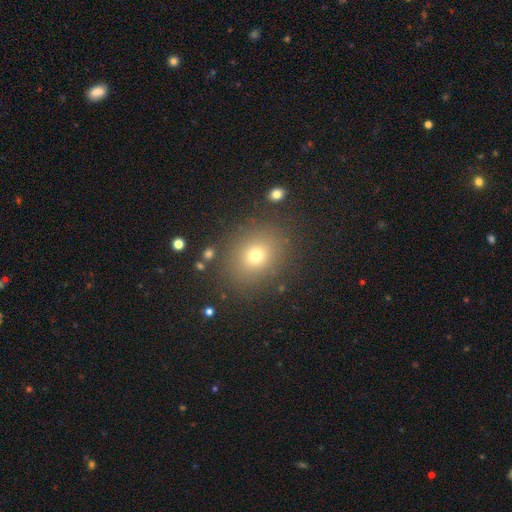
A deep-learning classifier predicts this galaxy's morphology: type=smooth (71%); roundness=round (66%); merging=none (85%).